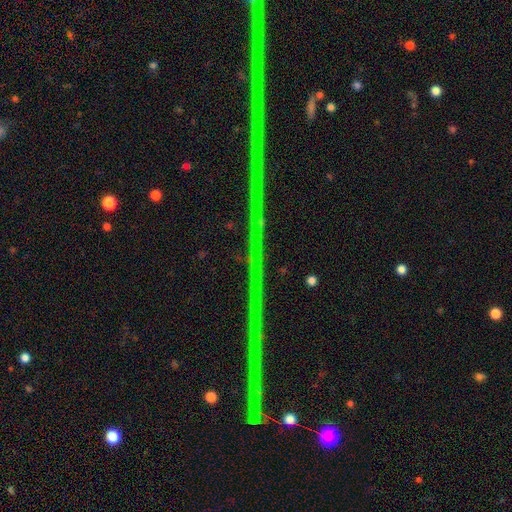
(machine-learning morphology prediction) type=star or artifact (86%).